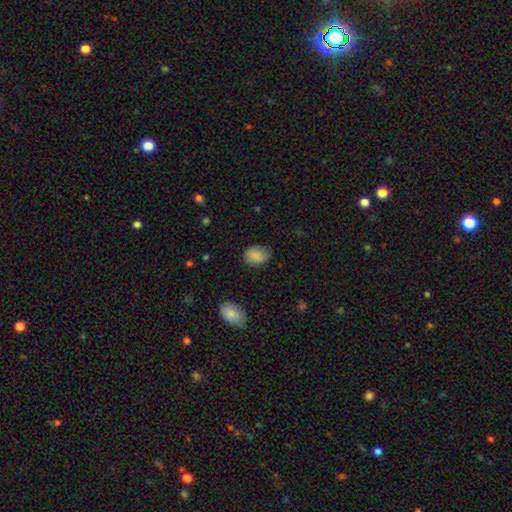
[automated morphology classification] Smooth or featured? Predicted: smooth (p=0.82). How rounded? Predicted: in between (p=0.69). Merging? Predicted: none (p=0.65).